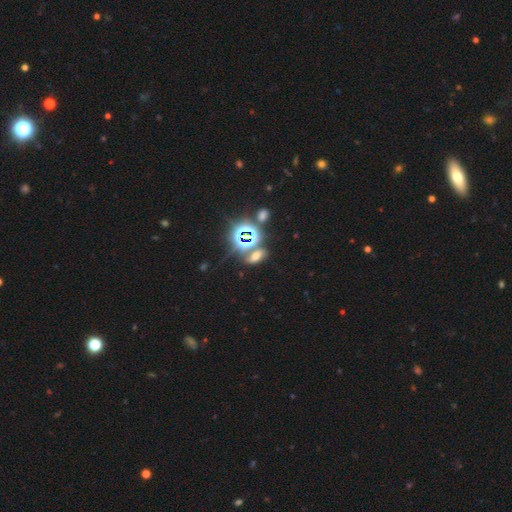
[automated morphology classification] Smooth or featured: star or artifact — 49% (smooth — 39%)